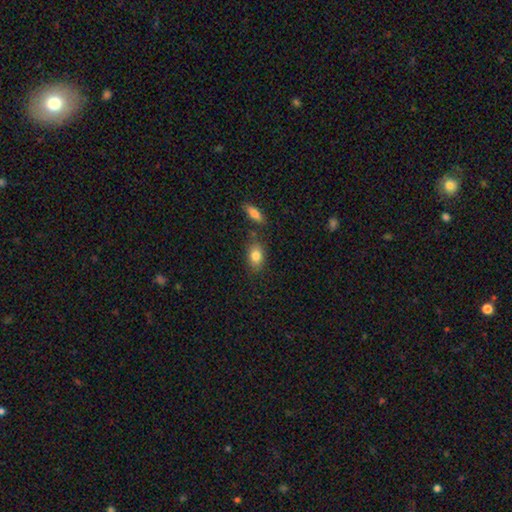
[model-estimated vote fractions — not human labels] This appears to be a smooth galaxy with no disk features (83%) that is in between round and cigar-shaped (80%). Merging: none (73%).